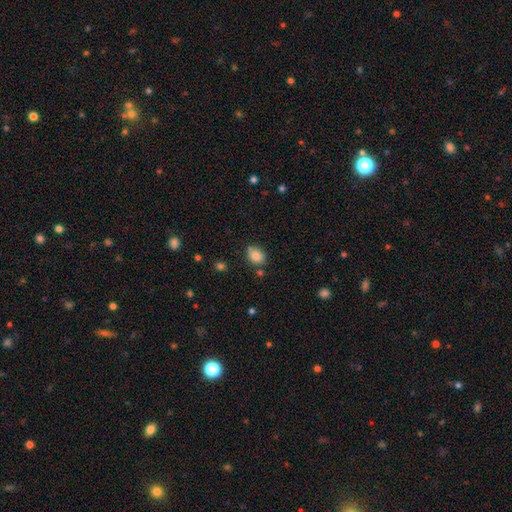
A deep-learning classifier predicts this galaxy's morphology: type=smooth (84%); roundness=in between (58%); merging=none (72%).